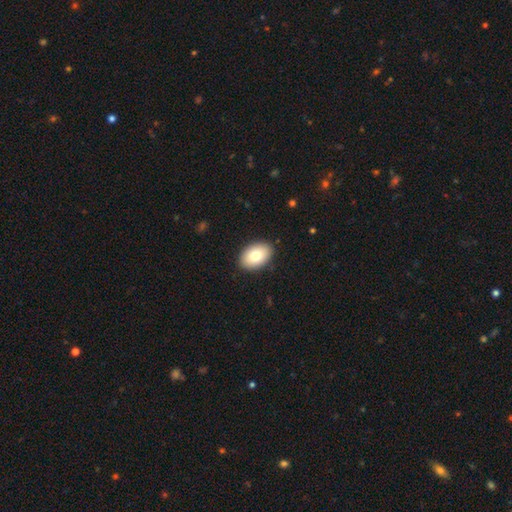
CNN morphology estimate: smooth-or-featured: smooth: 79% | featured or disk: 14% | star or artifact: 7%
  how-rounded: in between: 88% | round: 11% | cigar-shaped: 1%
  merging: none: 90% | minor disturbance: 8% | major disturbance: 2% | merger: 1%